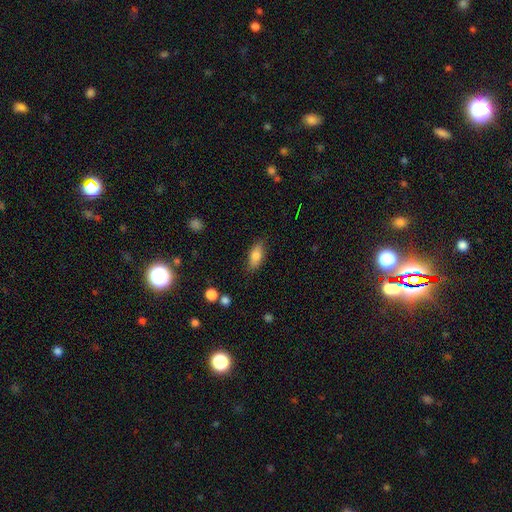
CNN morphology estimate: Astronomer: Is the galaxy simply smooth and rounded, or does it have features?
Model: smooth — 79%.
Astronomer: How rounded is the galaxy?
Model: in between — 85%.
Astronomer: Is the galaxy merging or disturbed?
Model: none — 82%.